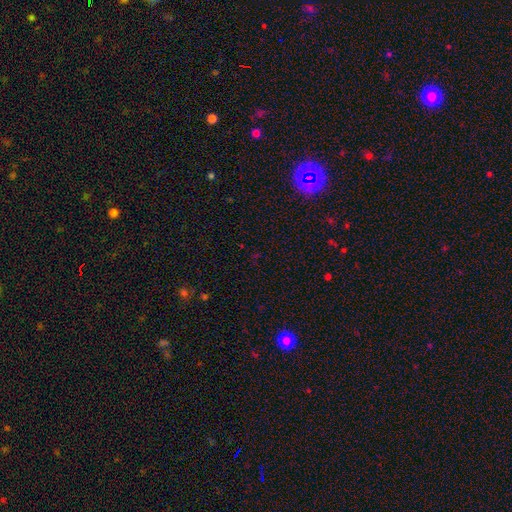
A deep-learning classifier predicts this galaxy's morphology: smooth-or-featured: star or artifact: 68% | smooth: 25% | featured or disk: 7%